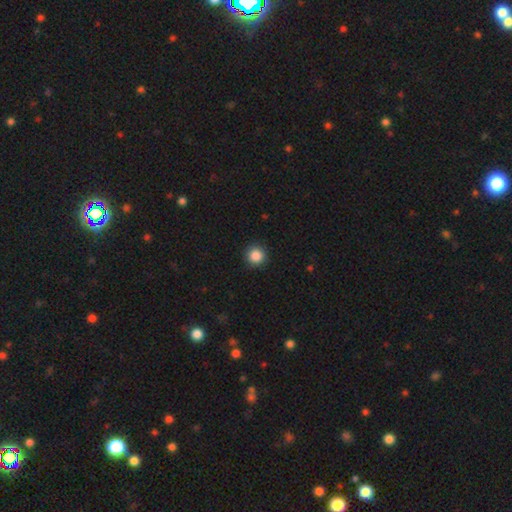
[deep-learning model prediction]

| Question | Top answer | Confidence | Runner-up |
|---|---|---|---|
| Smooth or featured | smooth | 86% | star or artifact (10%) |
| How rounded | round | 95% | in between (4%) |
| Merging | none | 92% | minor disturbance (6%) |